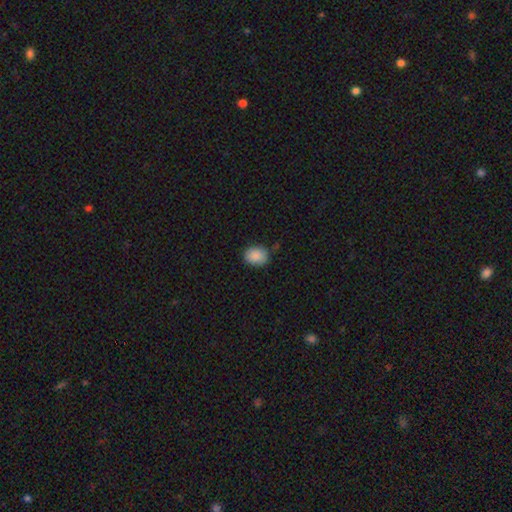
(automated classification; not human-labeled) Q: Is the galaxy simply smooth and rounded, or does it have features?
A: smooth — 88%.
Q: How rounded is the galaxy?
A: in between — 57%.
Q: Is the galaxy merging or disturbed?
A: none — 79%.